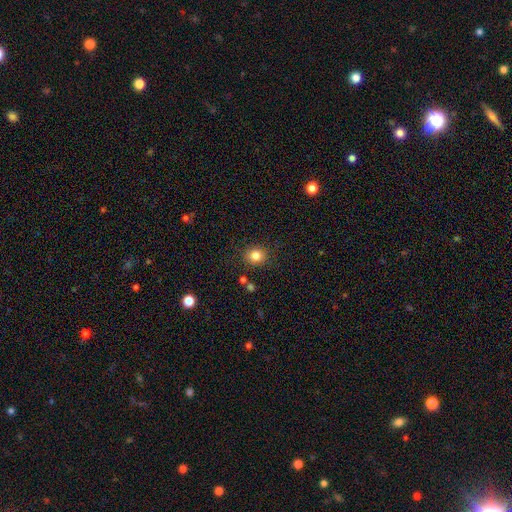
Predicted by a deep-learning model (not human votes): Overall: smooth (82%). How rounded: round (81%). Merging: none (87%).